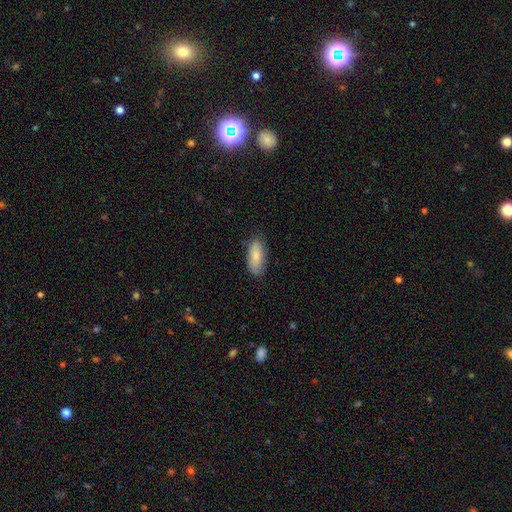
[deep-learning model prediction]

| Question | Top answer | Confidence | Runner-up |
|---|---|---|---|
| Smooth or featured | smooth | 84% | featured or disk (10%) |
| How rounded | in between | 83% | cigar-shaped (15%) |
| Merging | none | 78% | minor disturbance (18%) |